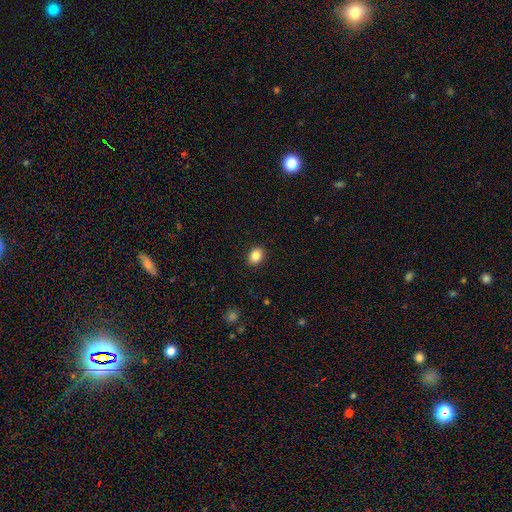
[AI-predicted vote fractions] smooth-or-featured: smooth: 87% | star or artifact: 9% | featured or disk: 4%
  how-rounded: in between: 59% | round: 40% | cigar-shaped: 1%
  merging: none: 90% | minor disturbance: 7% | major disturbance: 2% | merger: 1%